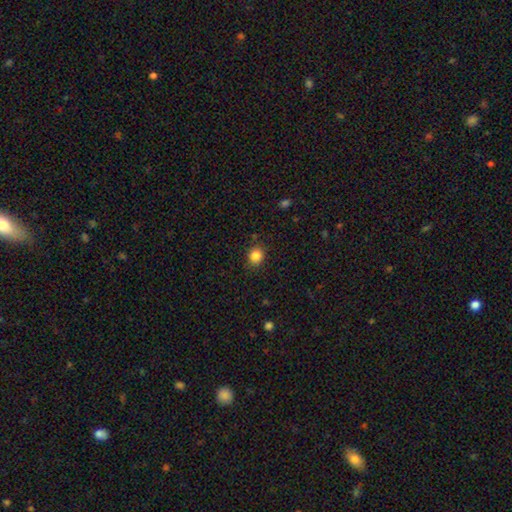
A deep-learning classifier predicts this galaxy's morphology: Overall: smooth (84%). How rounded: round (80%). Merging: none (87%).